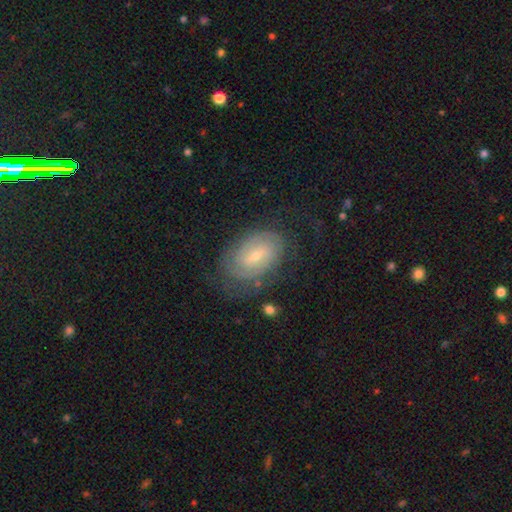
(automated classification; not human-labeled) Smooth or featured: featured or disk — 72% (smooth — 21%)
Edge-on disk: no — 95% (yes — 5%)
Bar: weak — 56% (no — 27%)
Spiral arms: yes — 86% (no — 14%)
Spiral winding: tight — 60% (medium — 29%)
Spiral arm count: 2 — 45% (can't tell — 38%)
Bulge size: small — 64% (moderate — 33%)
Merging: none — 67% (minor disturbance — 20%)